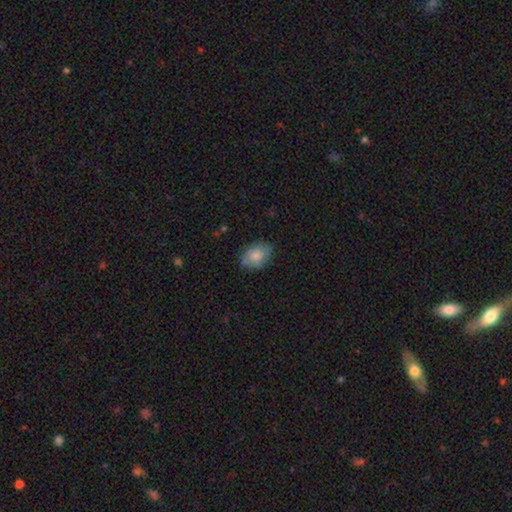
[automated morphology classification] Smooth or featured?
  - smooth: 80% *
  - featured or disk: 13%
  - star or artifact: 7%
How rounded?
  - in between: 80% *
  - round: 18%
  - cigar-shaped: 1%
Merging?
  - none: 76% *
  - minor disturbance: 19%
  - major disturbance: 4%
  - merger: 1%